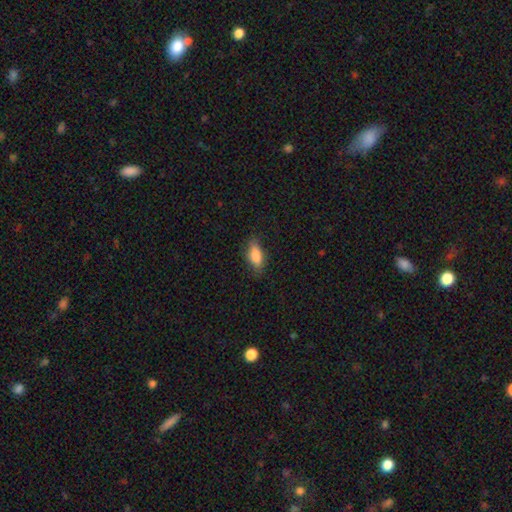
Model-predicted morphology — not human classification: This is clearly a smooth galaxy (82%). How rounded: likely in between (78%). Merging: likely none (77%).